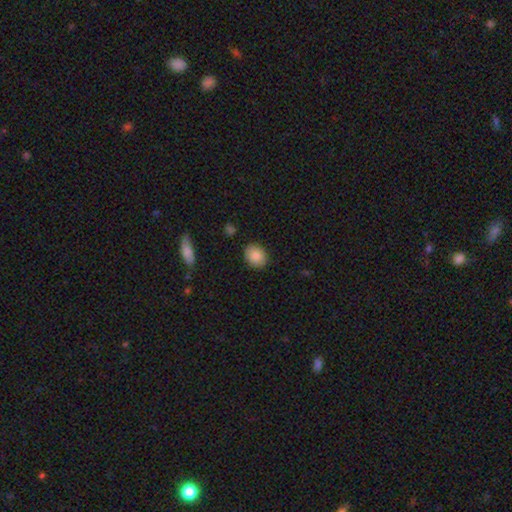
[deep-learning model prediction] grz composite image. It shows a smooth galaxy with no disk features (86%) that is round (51%). Merging: none (87%).